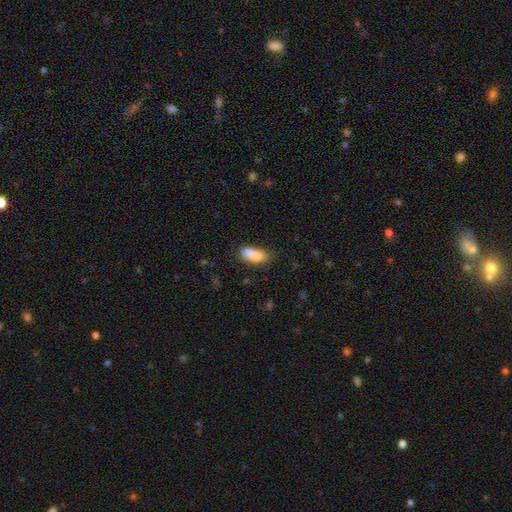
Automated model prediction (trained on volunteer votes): This appears to be a smooth galaxy with no disk features (80%) that is in between round and cigar-shaped (81%). Merging: none (47%).